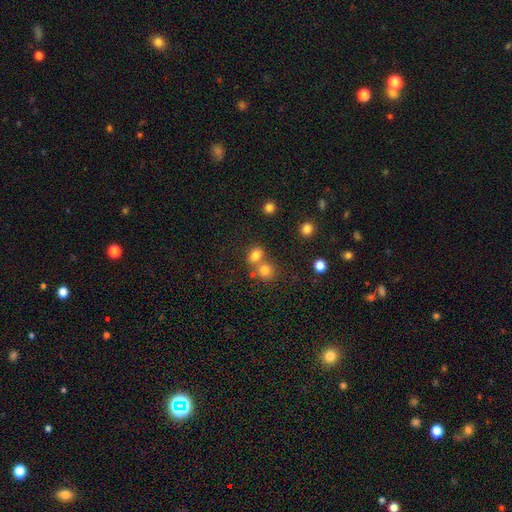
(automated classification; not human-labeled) smooth_or_featured: smooth (p=0.77) [alt: star or artifact p=0.15]
how_rounded: in between (p=0.49) [tied with: round p=0.49]
merging: none (p=0.49) [alt: merger p=0.39]